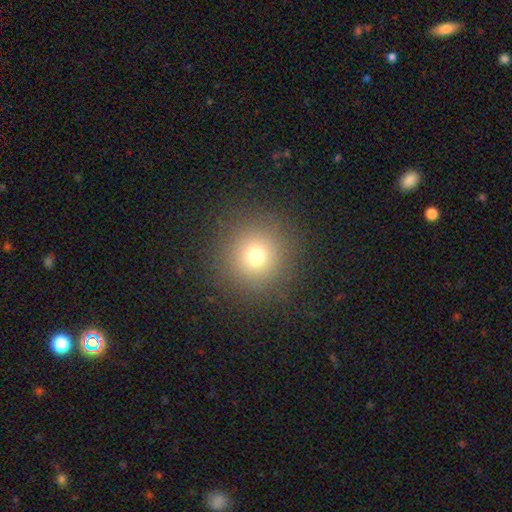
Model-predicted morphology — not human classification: This is likely a smooth galaxy (72%). How rounded: clearly round (94%). Merging: clearly none (90%).